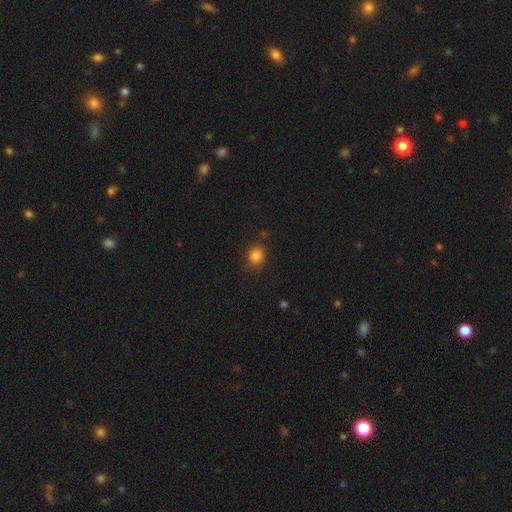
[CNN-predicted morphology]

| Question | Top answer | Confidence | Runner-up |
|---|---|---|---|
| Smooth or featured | smooth | 84% | star or artifact (12%) |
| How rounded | round | 83% | in between (16%) |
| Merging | none | 85% | minor disturbance (10%) |